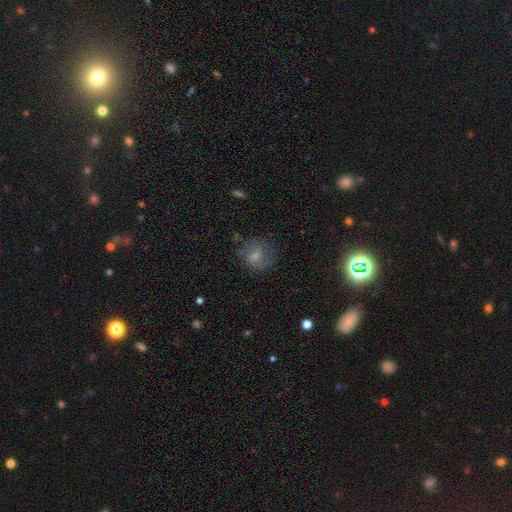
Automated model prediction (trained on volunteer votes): Smooth or featured? smooth (51%)
How rounded? round (73%)
Merging? none (59%)